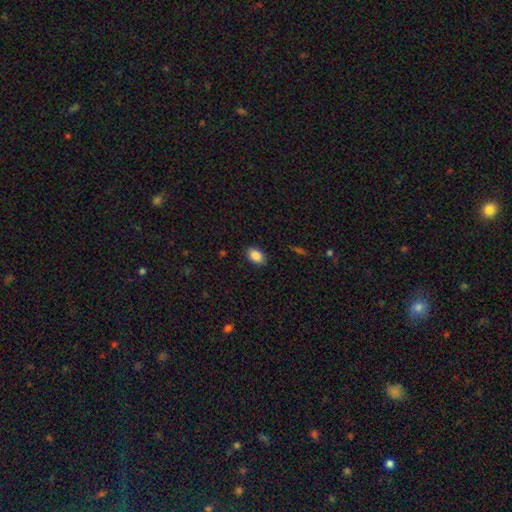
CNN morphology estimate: This appears to be a smooth galaxy with no disk features (88%) that is in between round and cigar-shaped (85%). Merging: none (87%).